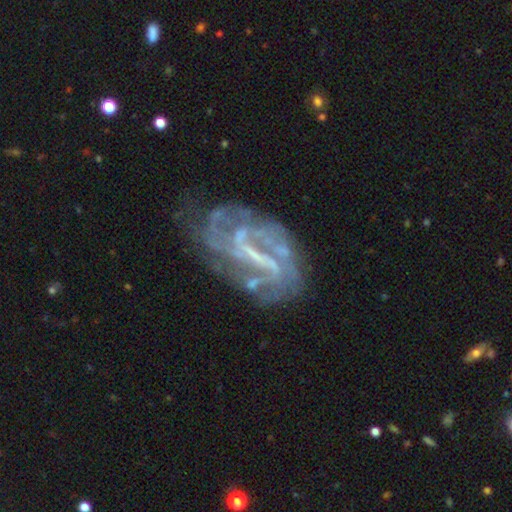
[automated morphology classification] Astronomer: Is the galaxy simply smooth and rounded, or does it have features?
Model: featured or disk — 83%.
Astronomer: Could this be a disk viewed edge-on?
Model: no — 96%.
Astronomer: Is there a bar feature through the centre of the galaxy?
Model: strong — 42% (runner-up: weak, 38%).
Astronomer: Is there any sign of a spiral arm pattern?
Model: yes — 77%.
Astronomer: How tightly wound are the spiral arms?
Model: tight — 42% (runner-up: medium, 37%).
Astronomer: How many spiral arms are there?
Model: can't tell — 45%.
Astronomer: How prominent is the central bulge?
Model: none — 46% (runner-up: small, 35%).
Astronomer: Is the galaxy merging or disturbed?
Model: none — 52%.